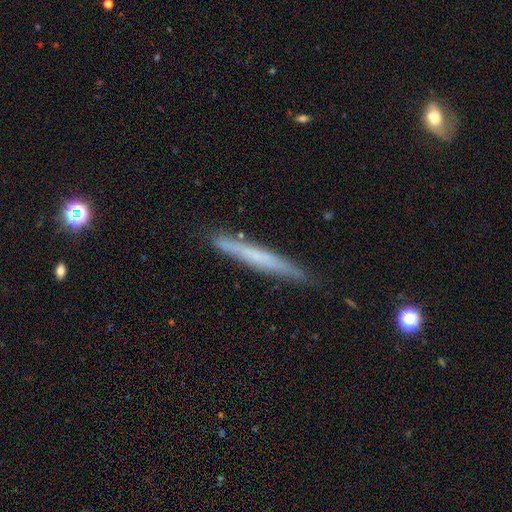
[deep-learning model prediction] Overall: smooth (50%; featured or disk 43%). Merging: none (84%).